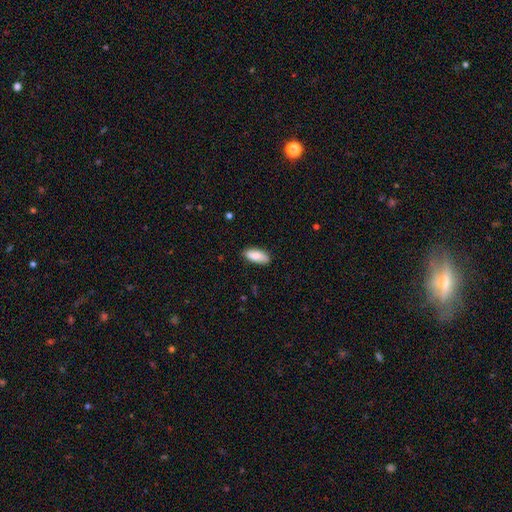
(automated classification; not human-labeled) A smooth galaxy with no disk features (86%) that is in between round and cigar-shaped (85%).

Vote fractions:
- Smooth or featured? smooth: 86% / featured or disk: 8% / star or artifact: 6%
- How rounded? in between: 85% / cigar-shaped: 13% / round: 2%
- Merging? none: 83% / minor disturbance: 13% / major disturbance: 2% / merger: 1%